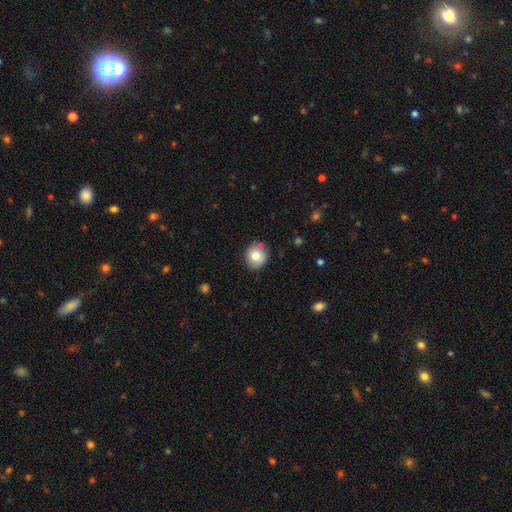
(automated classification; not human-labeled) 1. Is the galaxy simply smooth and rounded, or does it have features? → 78% smooth, 14% featured or disk, 9% star or artifact.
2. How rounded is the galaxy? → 74% round, 25% in between, 1% cigar-shaped.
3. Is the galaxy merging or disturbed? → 78% none, 15% minor disturbance, 3% merger, 3% major disturbance.